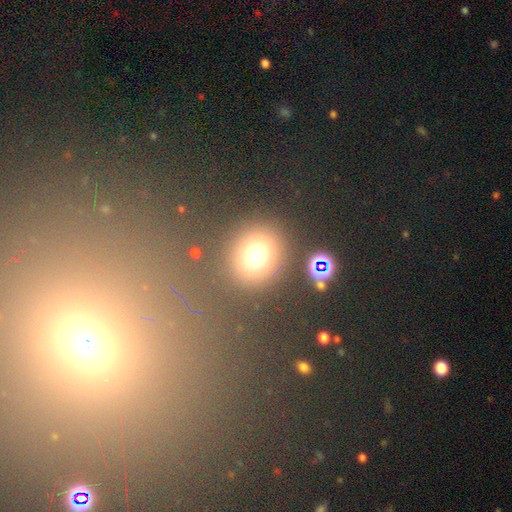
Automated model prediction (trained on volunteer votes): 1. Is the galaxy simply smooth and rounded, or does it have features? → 67% smooth, 24% star or artifact, 8% featured or disk.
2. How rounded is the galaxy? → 86% round, 13% in between, 1% cigar-shaped.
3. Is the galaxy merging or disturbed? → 81% none, 8% minor disturbance, 6% major disturbance, 5% merger.